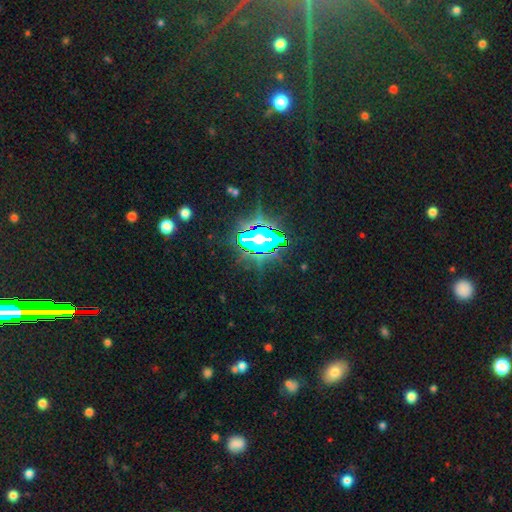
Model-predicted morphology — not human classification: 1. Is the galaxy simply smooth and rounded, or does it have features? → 82% star or artifact, 10% smooth, 8% featured or disk.